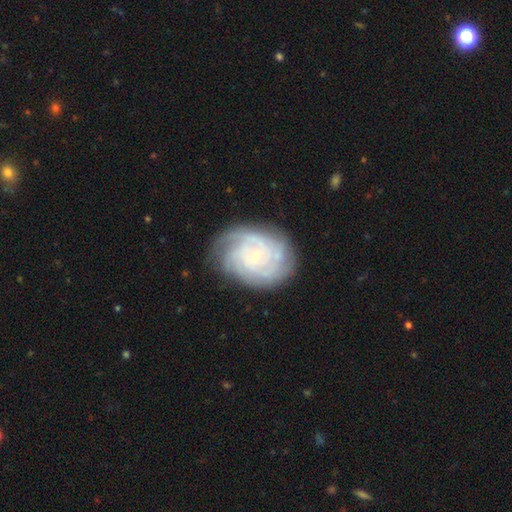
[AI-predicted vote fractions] Q: Smooth or featured?
A: featured or disk (83%); runner-up: smooth (10%)
Q: Edge-on disk?
A: no (97%); runner-up: yes (3%)
Q: Bar?
A: no (78%); runner-up: weak (18%)
Q: Spiral arms?
A: yes (96%); runner-up: no (4%)
Q: Spiral winding?
A: tight (74%); runner-up: medium (21%)
Q: Spiral arm count?
A: can't tell (29%); runner-up: 4 (25%)
Q: Bulge size?
A: small (79%); runner-up: moderate (17%)
Q: Merging?
A: none (76%); runner-up: minor disturbance (17%)